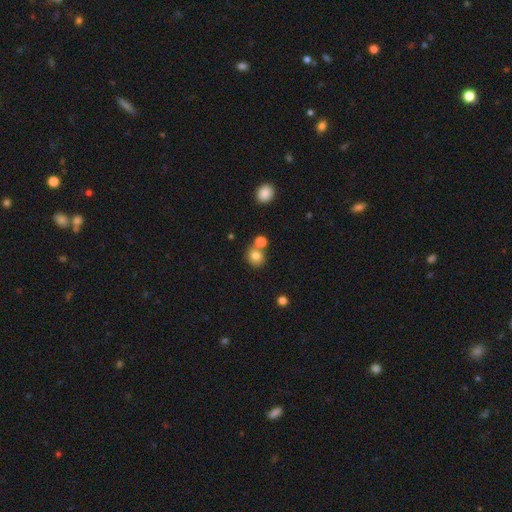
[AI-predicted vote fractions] Morphology: type=smooth (80%); roundness=round (82%); merging=none (61%).